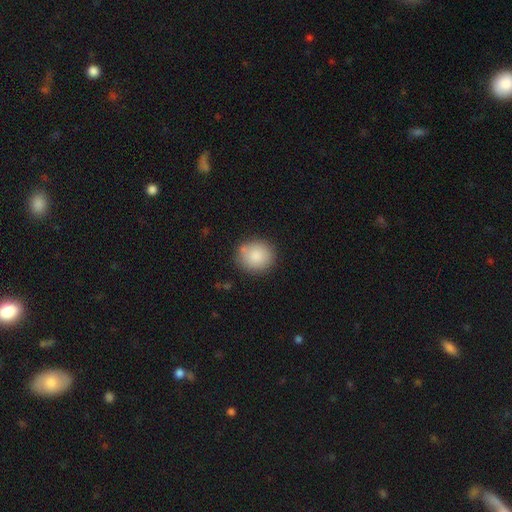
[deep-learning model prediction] A smooth galaxy with no disk features (86%) that is round (84%). Merging: none (80%).